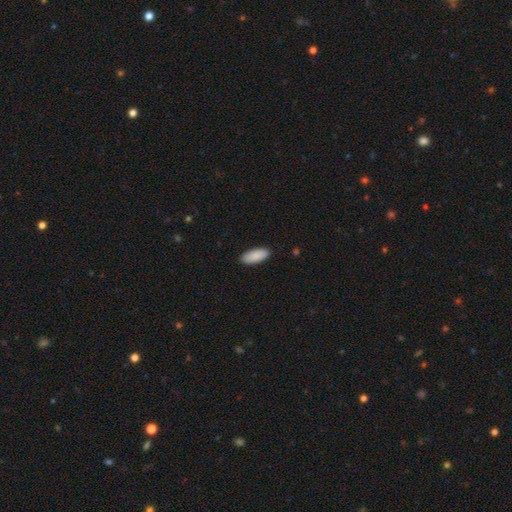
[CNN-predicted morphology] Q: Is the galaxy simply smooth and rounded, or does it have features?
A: smooth — 90%.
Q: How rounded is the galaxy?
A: in between — 82%.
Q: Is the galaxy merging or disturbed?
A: none — 90%.